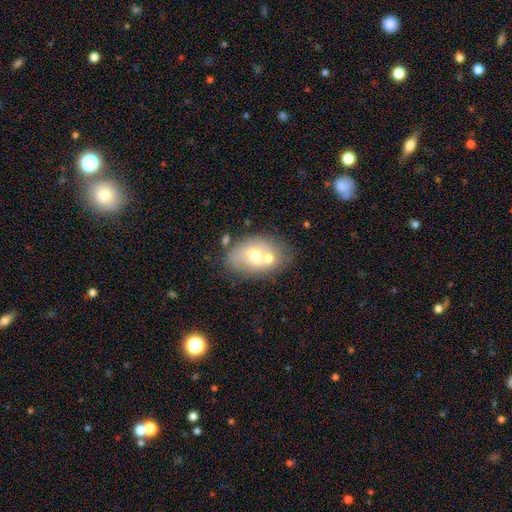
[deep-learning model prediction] Smooth or featured?
  - smooth: 54% *
  - featured or disk: 37%
  - star or artifact: 9%
How rounded?
  - in between: 77% *
  - round: 22%
  - cigar-shaped: 1%
Merging?
  - none: 45% *
  - merger: 33%
  - minor disturbance: 16%
  - major disturbance: 6%